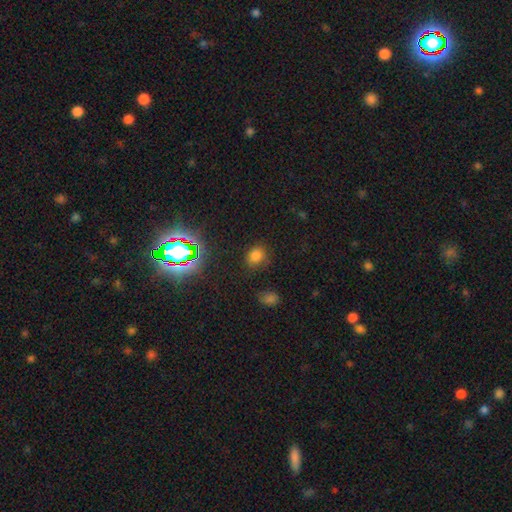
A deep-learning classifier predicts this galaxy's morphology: smooth_or_featured: smooth (p=0.70) [alt: star or artifact p=0.24]
how_rounded: round (p=0.54) [alt: in between p=0.44]
merging: none (p=0.78) [alt: minor disturbance p=0.14]